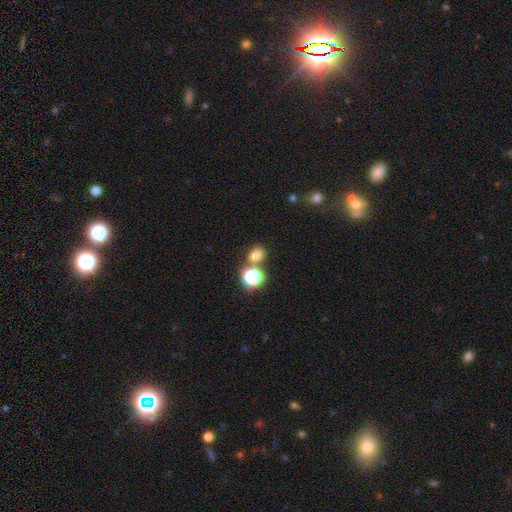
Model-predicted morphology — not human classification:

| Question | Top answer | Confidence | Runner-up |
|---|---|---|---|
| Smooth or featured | smooth | 74% | star or artifact (20%) |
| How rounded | round | 52% | in between (47%) |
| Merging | none | 66% | merger (21%) |